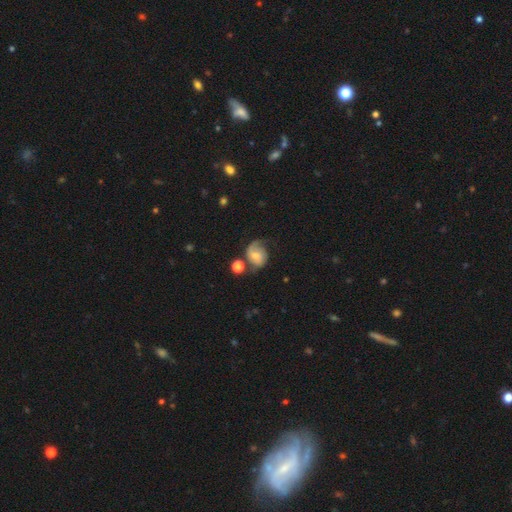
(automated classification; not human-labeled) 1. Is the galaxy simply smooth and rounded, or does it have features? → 56% featured or disk, 35% smooth, 9% star or artifact.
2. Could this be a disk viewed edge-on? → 97% no, 3% yes.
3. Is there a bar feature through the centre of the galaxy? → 55% no, 37% weak, 8% strong.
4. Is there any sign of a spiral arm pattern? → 88% yes, 12% no.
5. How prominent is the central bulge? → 43% small, 34% moderate, 15% none, 6% large, 2% dominant.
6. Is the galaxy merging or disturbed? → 45% none, 25% minor disturbance, 19% major disturbance, 11% merger.